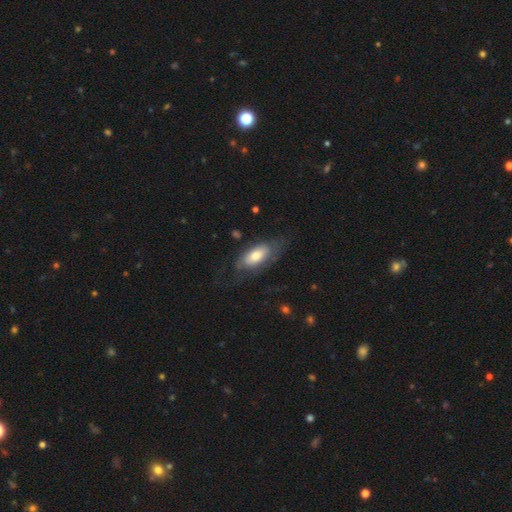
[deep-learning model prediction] smooth 53%, featured or disk 41%, star or artifact 6%. Down the decision tree: how rounded — in between (86%); merging — none (58%).